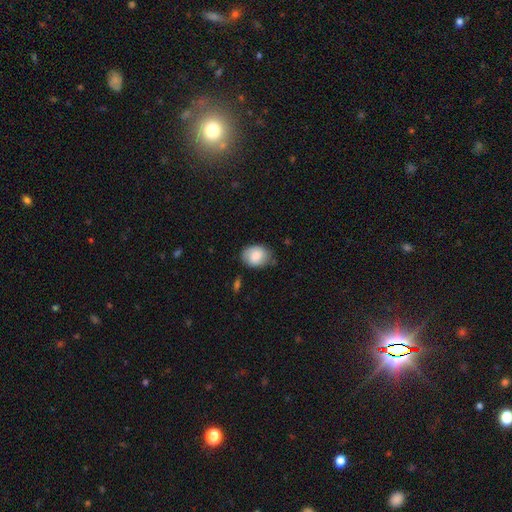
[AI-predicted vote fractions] This is likely a smooth galaxy (80%). How rounded: possibly in between (60%). Merging: likely none (72%).